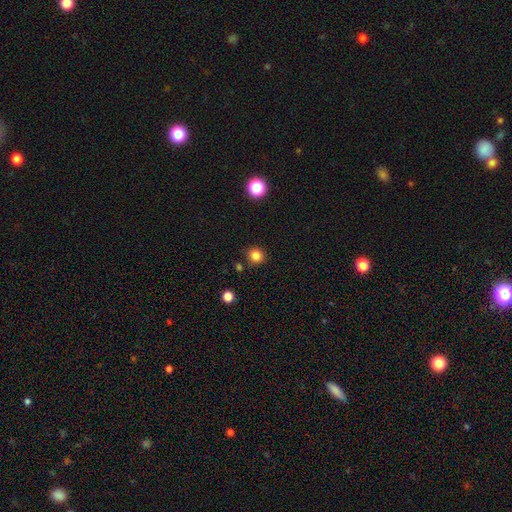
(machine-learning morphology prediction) smooth_or_featured: smooth (p=0.83) [alt: star or artifact p=0.12]
how_rounded: round (p=0.86) [alt: in between p=0.13]
merging: none (p=0.84) [alt: minor disturbance p=0.09]